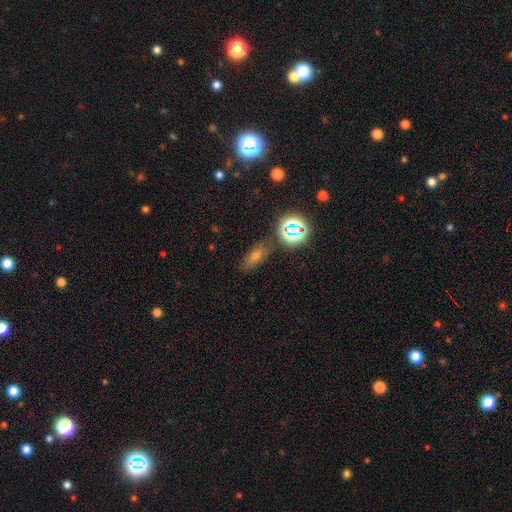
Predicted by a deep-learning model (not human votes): smooth 53%, star or artifact 30%, featured or disk 17%. Down the decision tree: how rounded — in between (69%); merging — none (82%).